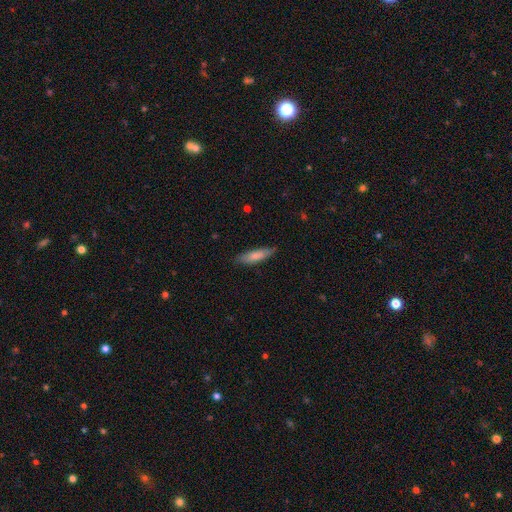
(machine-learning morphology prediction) Smooth or featured: smooth — 78% (featured or disk — 16%)
How rounded: cigar-shaped — 68% (in between — 30%)
Merging: none — 82% (minor disturbance — 14%)